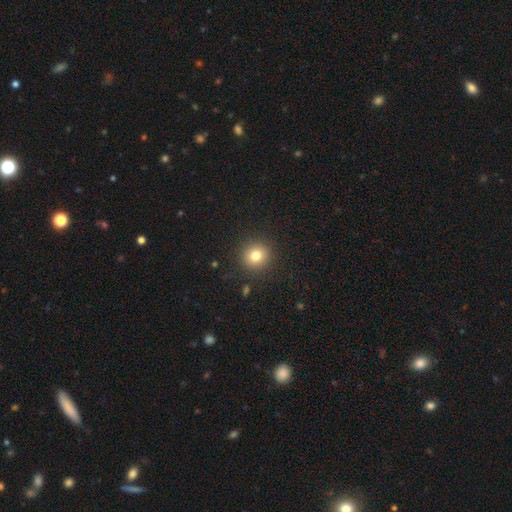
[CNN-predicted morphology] Smooth or featured?
  - smooth: 79% *
  - star or artifact: 12%
  - featured or disk: 9%
How rounded?
  - round: 93% *
  - in between: 6%
  - cigar-shaped: 1%
Merging?
  - none: 91% *
  - minor disturbance: 6%
  - major disturbance: 2%
  - merger: 1%